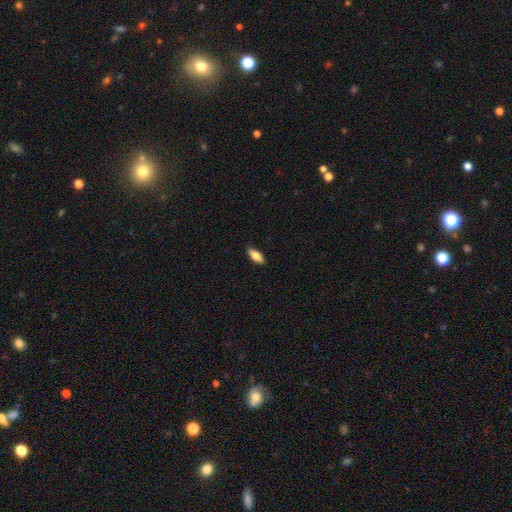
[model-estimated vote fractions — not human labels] This appears to be a smooth galaxy with no disk features (78%) that is in between round and cigar-shaped (80%). Merging: none (88%).